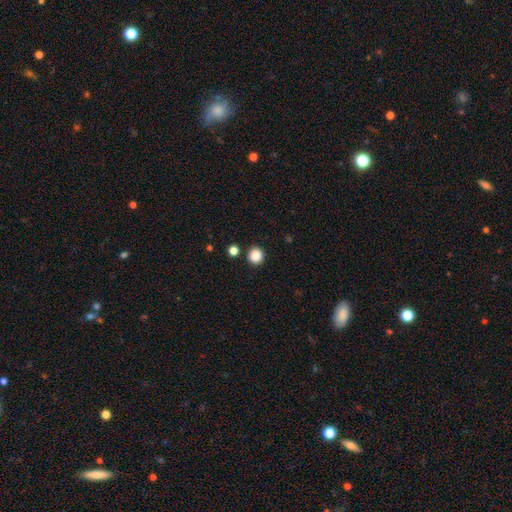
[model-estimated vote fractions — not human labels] The model was most divided on "smooth or featured": smooth: 86%, star or artifact: 11%, featured or disk: 3%. More confident: how rounded — round (93%); merging — none (89%).